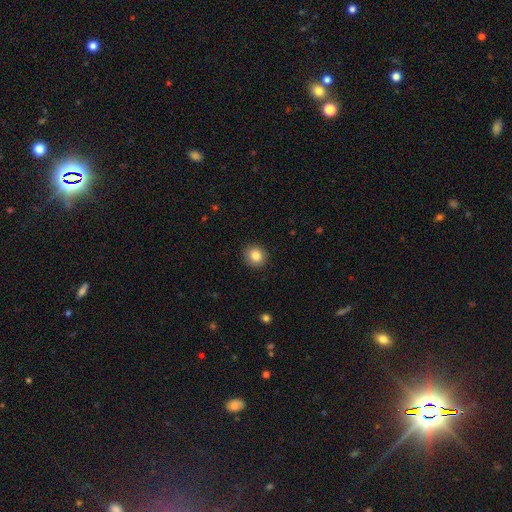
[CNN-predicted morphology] smooth-or-featured: smooth: 85% | star or artifact: 9% | featured or disk: 6%
  how-rounded: round: 80% | in between: 19% | cigar-shaped: 1%
  merging: none: 89% | minor disturbance: 8% | major disturbance: 2% | merger: 1%